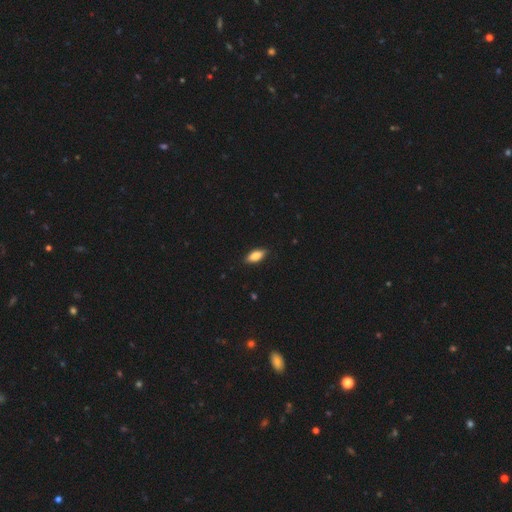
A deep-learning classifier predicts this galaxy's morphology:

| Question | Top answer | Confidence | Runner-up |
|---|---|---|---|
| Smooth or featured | smooth | 80% | featured or disk (13%) |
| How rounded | in between | 83% | cigar-shaped (14%) |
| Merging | none | 86% | minor disturbance (11%) |